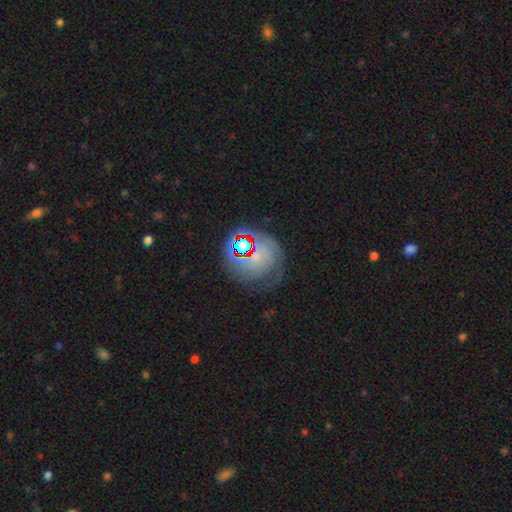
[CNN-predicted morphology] Smooth or featured? Predicted: featured or disk (p=0.47). Merging? Predicted: none (p=0.60).